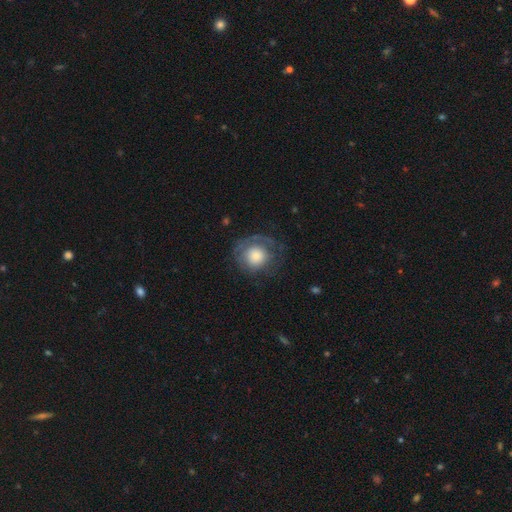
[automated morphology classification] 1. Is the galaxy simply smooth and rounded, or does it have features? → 58% smooth, 34% featured or disk, 8% star or artifact.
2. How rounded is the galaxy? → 87% round, 12% in between, 1% cigar-shaped.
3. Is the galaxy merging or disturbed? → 59% none, 21% minor disturbance, 18% major disturbance, 2% merger.